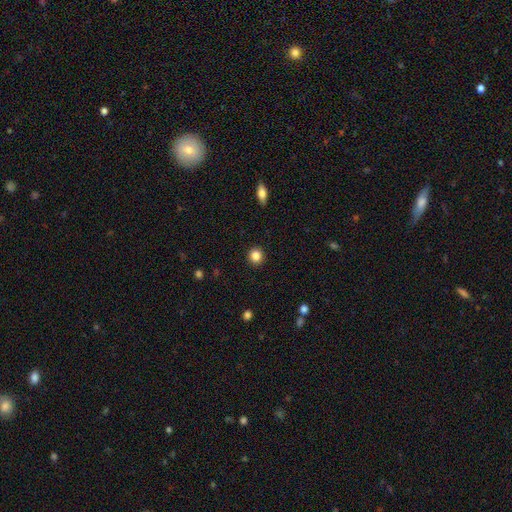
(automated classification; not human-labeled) Q: Smooth or featured?
A: smooth (85%); runner-up: star or artifact (10%)
Q: How rounded?
A: round (92%); runner-up: in between (7%)
Q: Merging?
A: none (92%); runner-up: minor disturbance (5%)